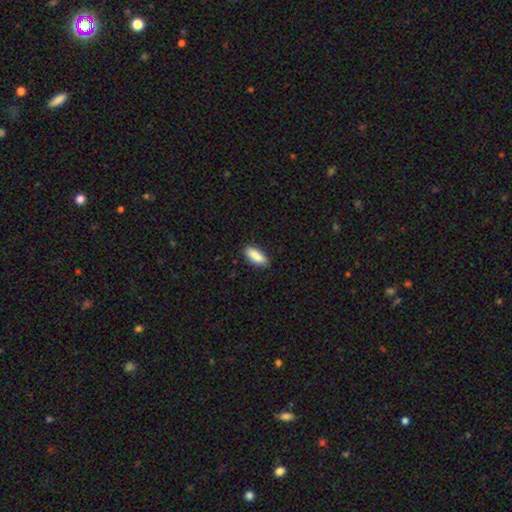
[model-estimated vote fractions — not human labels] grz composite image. It shows a smooth galaxy with no disk features (89%) that is in between round and cigar-shaped (76%). Merging: none (87%).